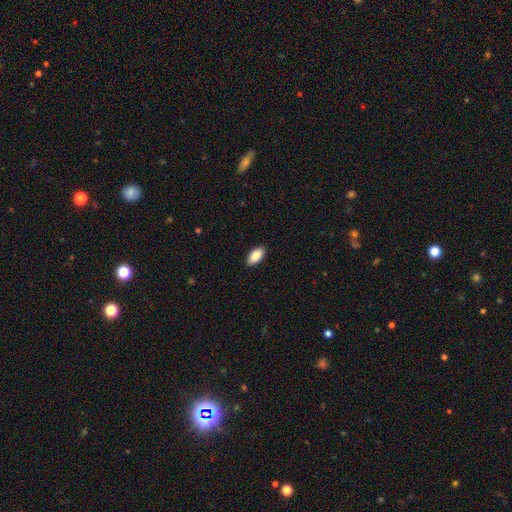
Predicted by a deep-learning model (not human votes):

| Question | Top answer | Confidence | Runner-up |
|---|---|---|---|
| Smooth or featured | smooth | 88% | star or artifact (6%) |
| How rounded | in between | 94% | cigar-shaped (4%) |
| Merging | none | 90% | minor disturbance (7%) |